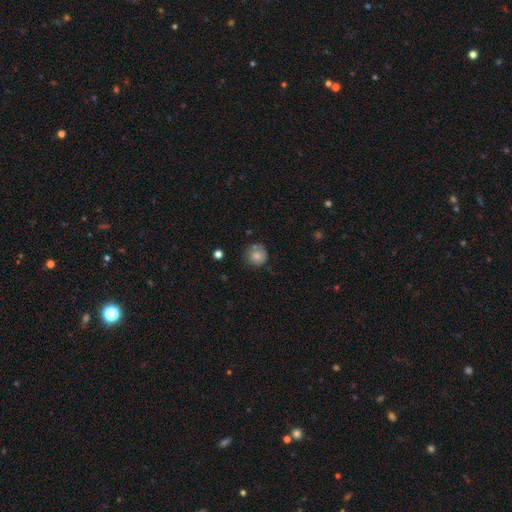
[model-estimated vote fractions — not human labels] This is likely a smooth galaxy (67%). How rounded: clearly round (91%). Merging: likely none (73%).